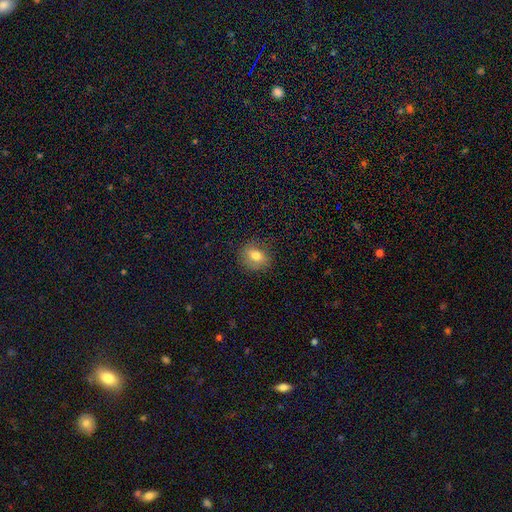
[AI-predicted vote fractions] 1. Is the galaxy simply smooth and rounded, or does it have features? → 76% smooth, 14% featured or disk, 10% star or artifact.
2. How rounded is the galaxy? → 58% round, 41% in between, 1% cigar-shaped.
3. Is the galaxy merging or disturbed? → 82% none, 13% minor disturbance, 4% major disturbance, 1% merger.